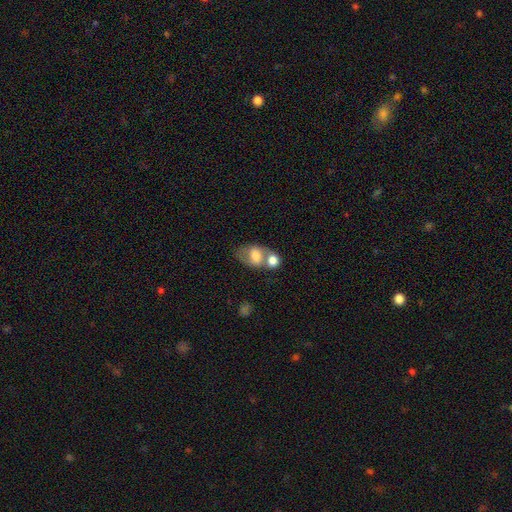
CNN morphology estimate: Overall: smooth (67%). How rounded: in between (75%). Merging: merger (54%; none 28%).